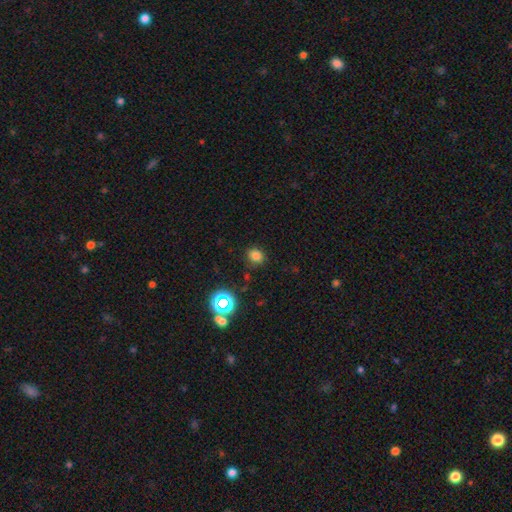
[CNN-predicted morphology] This appears to be a smooth galaxy with no disk features (76%) that is round (62%). Merging: none (84%).